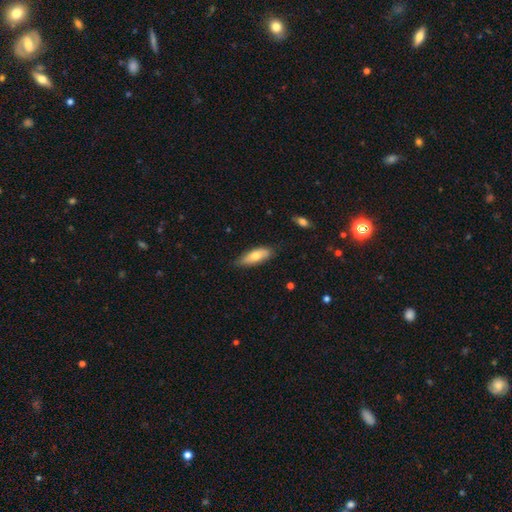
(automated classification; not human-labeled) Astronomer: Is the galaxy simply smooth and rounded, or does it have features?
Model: smooth — 72%.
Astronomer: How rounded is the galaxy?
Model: in between — 66%.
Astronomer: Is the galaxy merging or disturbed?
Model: none — 75%.